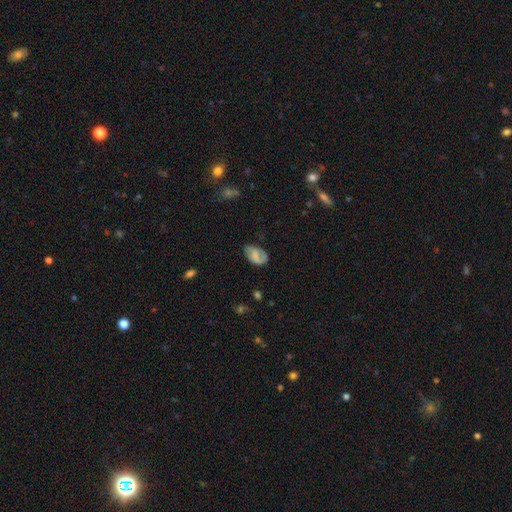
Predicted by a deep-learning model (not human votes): smooth_or_featured: smooth (p=0.57) [alt: featured or disk p=0.34]
how_rounded: in between (p=0.89) [alt: round p=0.10]
merging: none (p=0.59) [alt: minor disturbance p=0.27]